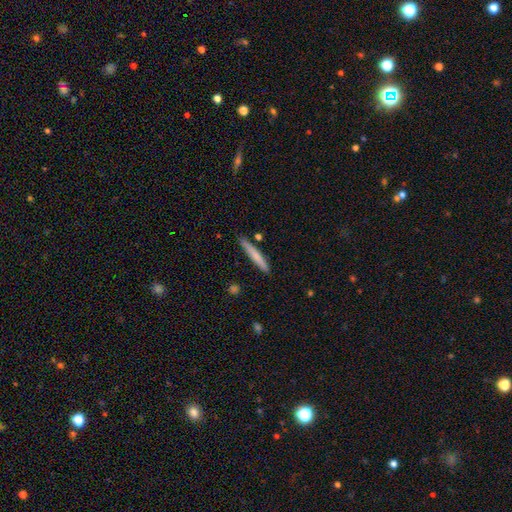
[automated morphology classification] type=smooth (71%); roundness=cigar-shaped (95%); merging=none (85%).